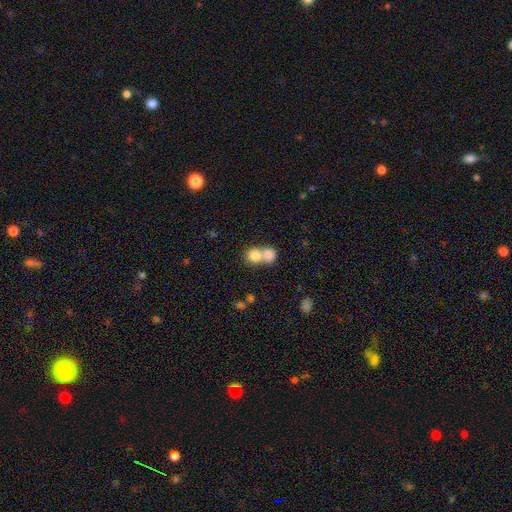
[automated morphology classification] A smooth galaxy with no disk features (80%) that is round (77%). Merging: merger (64%).